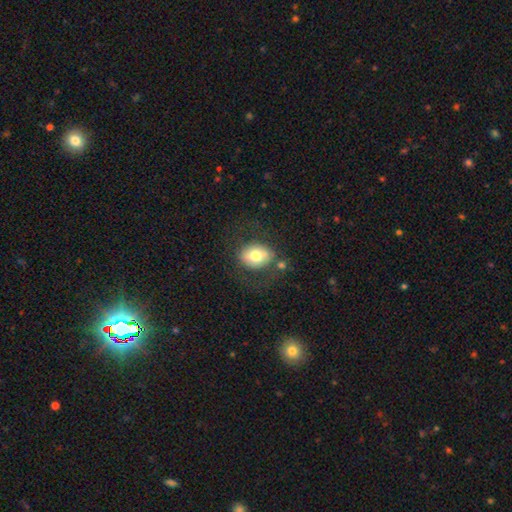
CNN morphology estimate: A smooth galaxy with no disk features (67%) that is in between round and cigar-shaped (63%).

Vote fractions:
- Smooth or featured? smooth: 67% / featured or disk: 25% / star or artifact: 8%
- How rounded? in between: 63% / round: 36% / cigar-shaped: 1%
- Merging? none: 69% / minor disturbance: 15% / major disturbance: 11% / merger: 5%